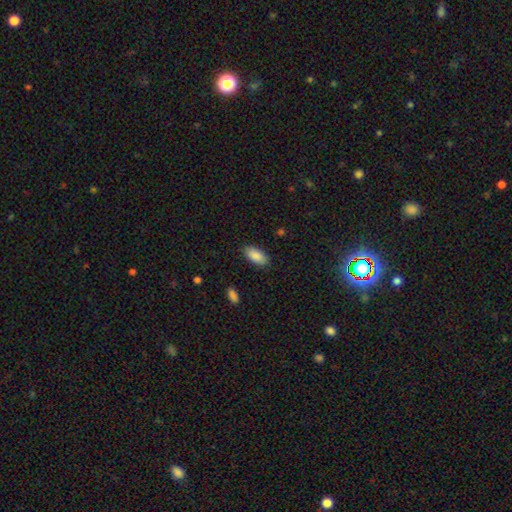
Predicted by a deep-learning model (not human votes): smooth-or-featured: smooth: 89% | star or artifact: 6% | featured or disk: 5%
  how-rounded: in between: 92% | cigar-shaped: 6% | round: 2%
  merging: none: 86% | minor disturbance: 10% | major disturbance: 2% | merger: 1%